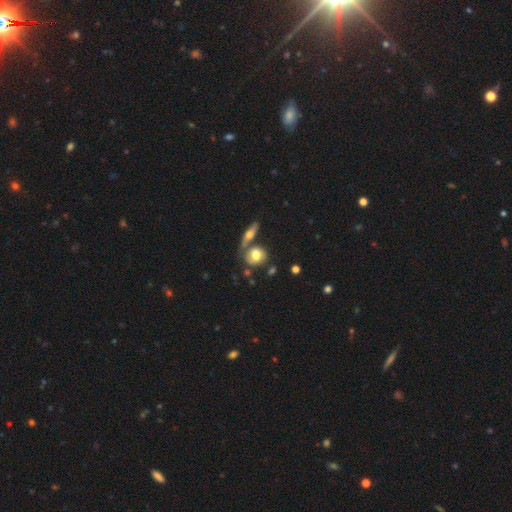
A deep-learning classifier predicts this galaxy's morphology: The model was most divided on "merging": none: 47%, merger: 34%, minor disturbance: 13%, major disturbance: 6%. More confident: smooth or featured — smooth (65%); how rounded — round (54%).